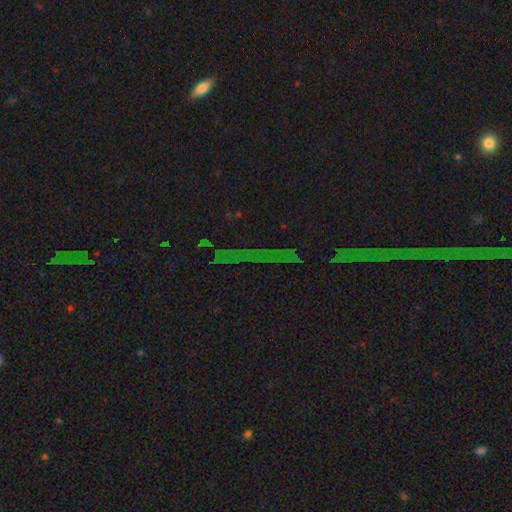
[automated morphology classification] star or artifact 82%, featured or disk 9%, smooth 9%.